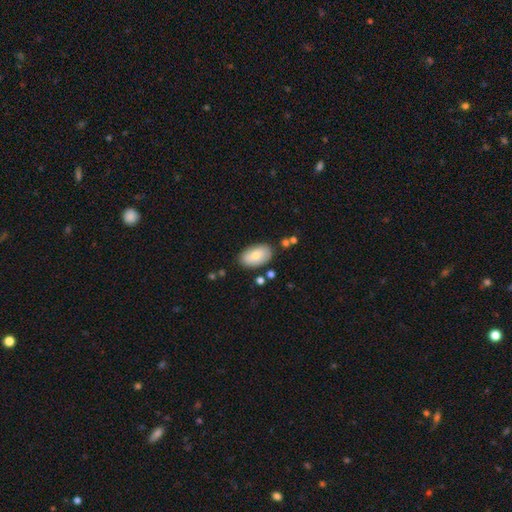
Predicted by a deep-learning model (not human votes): A smooth galaxy with no disk features (75%) that is in between round and cigar-shaped (94%). Merging: none (80%).